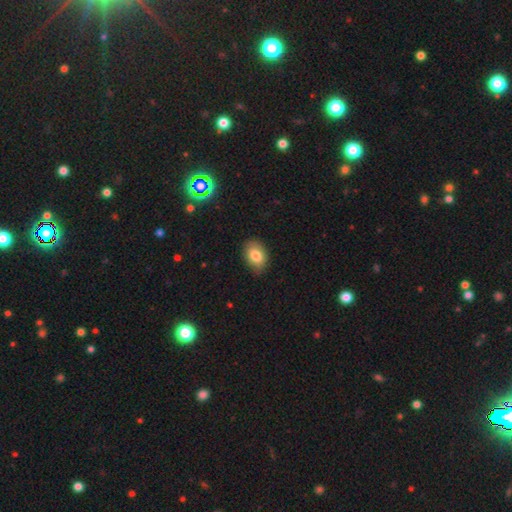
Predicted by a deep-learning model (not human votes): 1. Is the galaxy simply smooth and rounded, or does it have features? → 80% smooth, 10% featured or disk, 9% star or artifact.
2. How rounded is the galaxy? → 79% in between, 20% round, 1% cigar-shaped.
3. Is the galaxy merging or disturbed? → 82% none, 15% minor disturbance, 3% major disturbance, 1% merger.